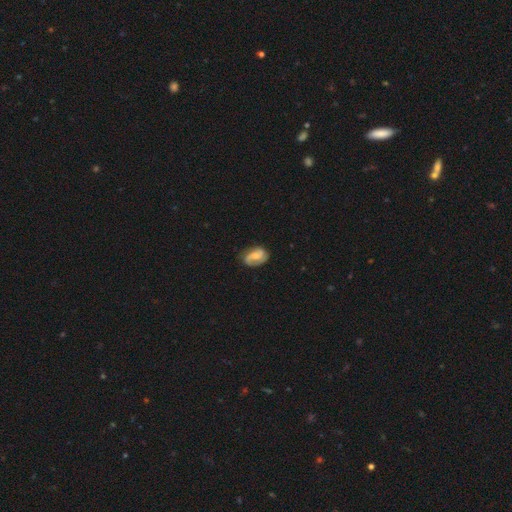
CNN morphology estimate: type=featured or disk (53%); edge-on=no (96%); bar=no (51%); spiral arms=yes (85%); bulge=small (41%); merging=none (65%).